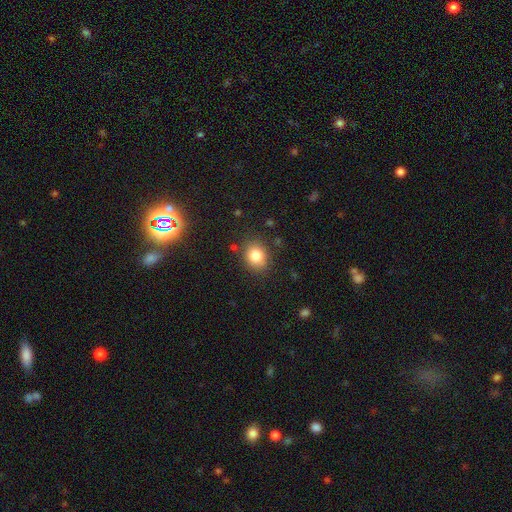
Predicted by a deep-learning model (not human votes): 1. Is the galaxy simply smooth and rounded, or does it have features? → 82% smooth, 11% star or artifact, 7% featured or disk.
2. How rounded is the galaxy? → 62% round, 37% in between, 1% cigar-shaped.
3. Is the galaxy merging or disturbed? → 83% none, 11% minor disturbance, 3% major disturbance, 2% merger.